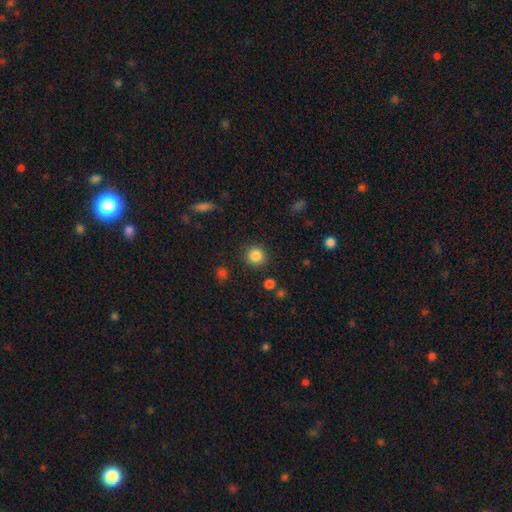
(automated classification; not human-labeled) Smooth or featured: smooth — 85% (star or artifact — 10%)
How rounded: round — 91% (in between — 8%)
Merging: none — 89% (minor disturbance — 6%)